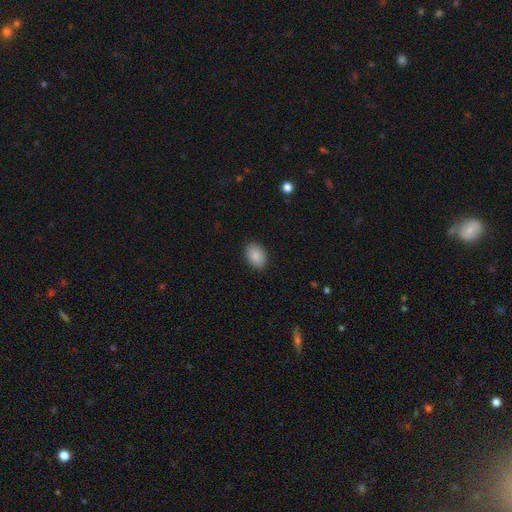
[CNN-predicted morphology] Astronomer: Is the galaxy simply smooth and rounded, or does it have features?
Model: smooth — 89%.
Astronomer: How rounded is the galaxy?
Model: in between — 84%.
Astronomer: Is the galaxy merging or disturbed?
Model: none — 89%.